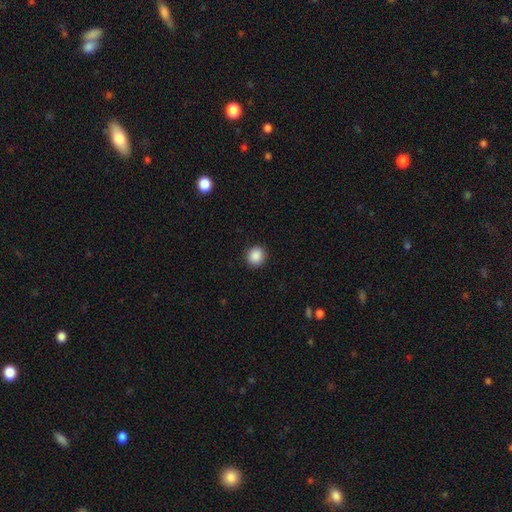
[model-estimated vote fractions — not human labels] The model was most divided on "how rounded": round: 86%, in between: 13%, cigar-shaped: 1%. More confident: merging — none (91%); smooth or featured — smooth (89%).